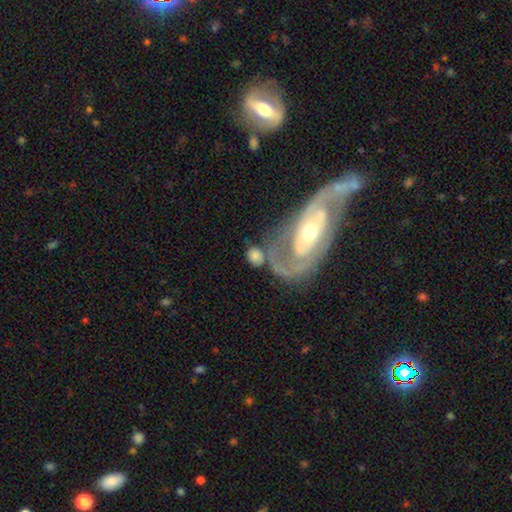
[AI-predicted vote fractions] Morphology: type=smooth (64%); roundness=in between (54%); merging=none (48%).